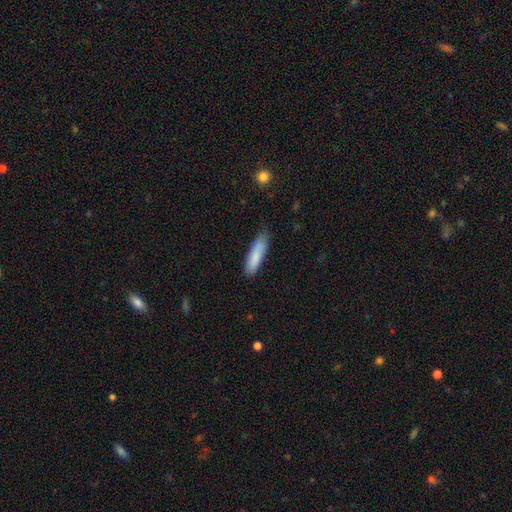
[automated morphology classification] smooth-or-featured: smooth: 84% | featured or disk: 10% | star or artifact: 6%
  how-rounded: cigar-shaped: 68% | in between: 30% | round: 1%
  merging: none: 73% | minor disturbance: 22% | major disturbance: 4% | merger: 2%